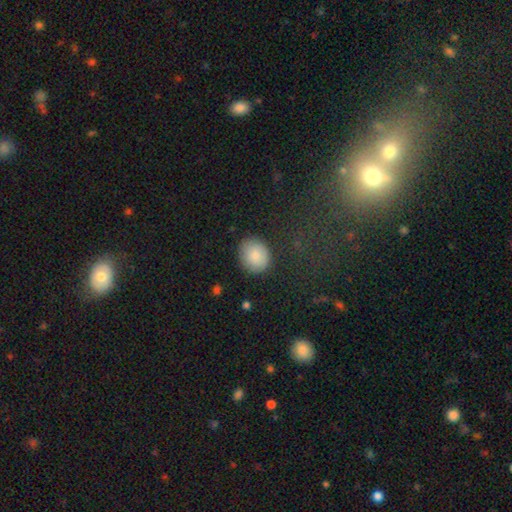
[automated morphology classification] smooth-or-featured: smooth: 84% | featured or disk: 8% | star or artifact: 7%
  how-rounded: round: 63% | in between: 36% | cigar-shaped: 1%
  merging: none: 84% | minor disturbance: 12% | major disturbance: 3% | merger: 1%